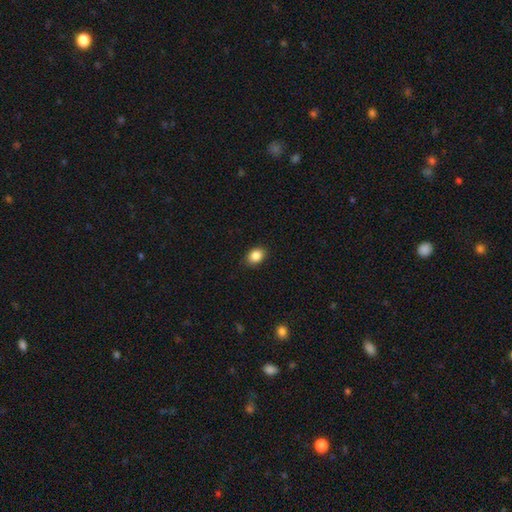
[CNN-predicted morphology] This appears to be a smooth galaxy with no disk features (87%) that is in between round and cigar-shaped (67%). Merging: none (88%).